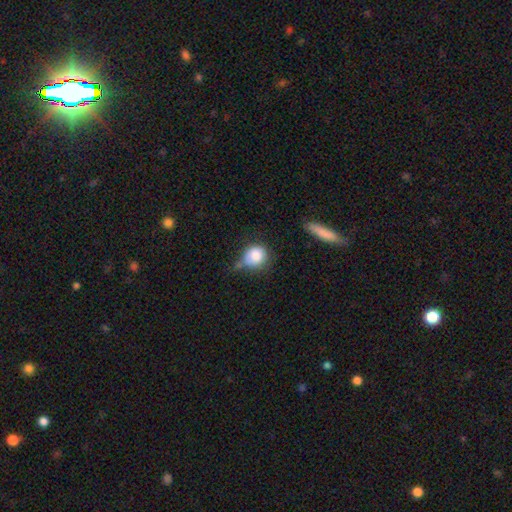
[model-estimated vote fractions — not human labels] Overall: smooth (82%). How rounded: round (81%). Merging: none (47%; minor disturbance 31%).